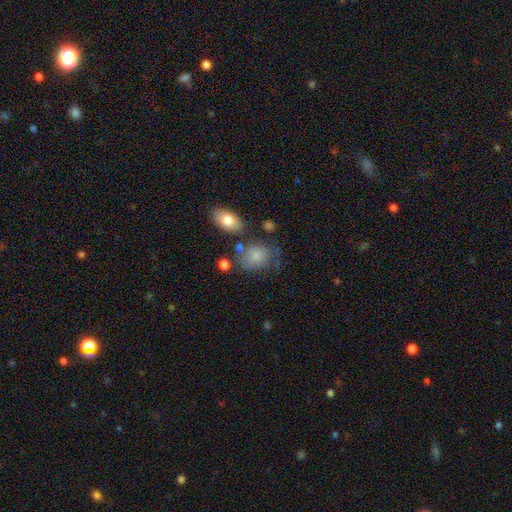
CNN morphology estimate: The model was most divided on "how rounded": in between: 51%, round: 48%, cigar-shaped: 1%. More confident: smooth or featured — smooth (78%); merging — none (52%).